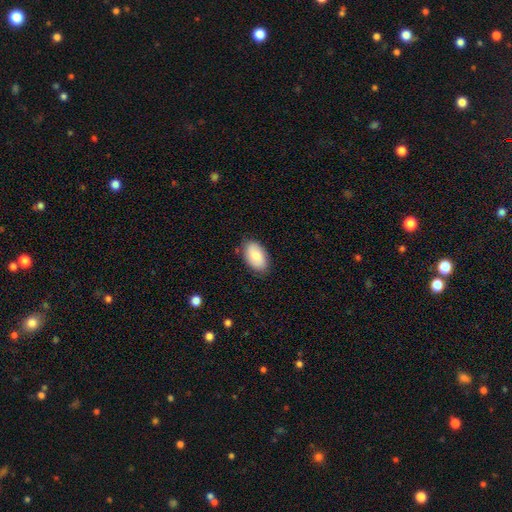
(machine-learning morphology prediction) A smooth galaxy with no disk features (82%) that is in between round and cigar-shaped (93%).

Vote fractions:
- Smooth or featured? smooth: 82% / featured or disk: 12% / star or artifact: 6%
- How rounded? in between: 93% / round: 5% / cigar-shaped: 1%
- Merging? none: 82% / minor disturbance: 14% / major disturbance: 3% / merger: 1%